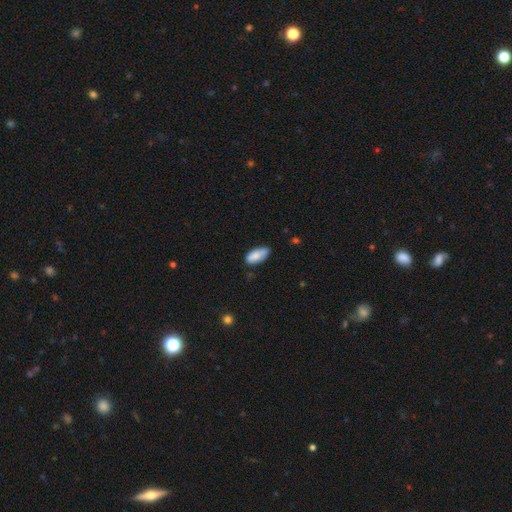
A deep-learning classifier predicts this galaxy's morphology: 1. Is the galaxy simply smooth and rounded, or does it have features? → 83% smooth, 10% featured or disk, 7% star or artifact.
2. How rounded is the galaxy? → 88% in between, 10% cigar-shaped, 2% round.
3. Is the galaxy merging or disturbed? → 65% none, 28% minor disturbance, 4% major disturbance, 2% merger.